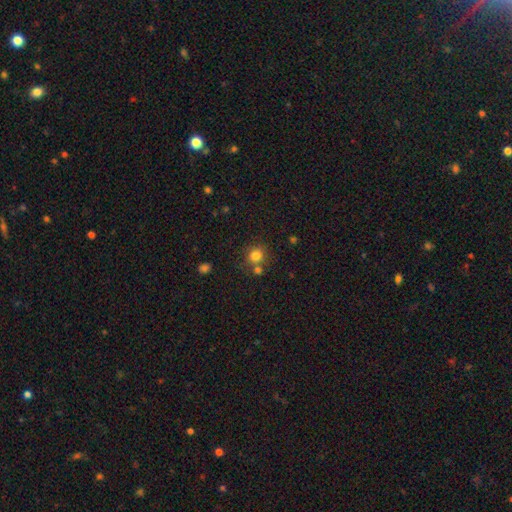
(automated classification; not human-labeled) This is clearly a smooth galaxy (81%). How rounded: clearly round (86%). Merging: likely none (67%).